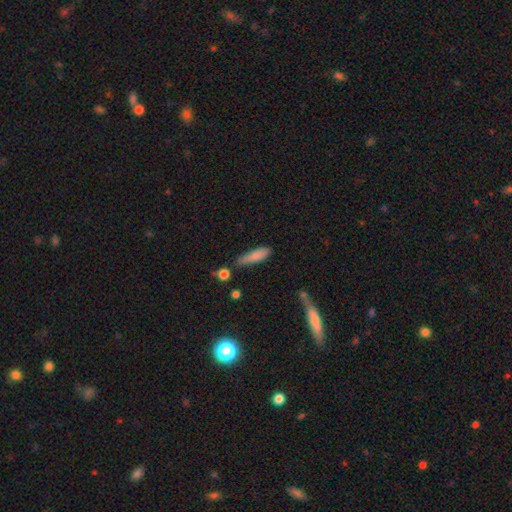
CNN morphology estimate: type=smooth (81%); roundness=cigar-shaped (65%); merging=none (58%).